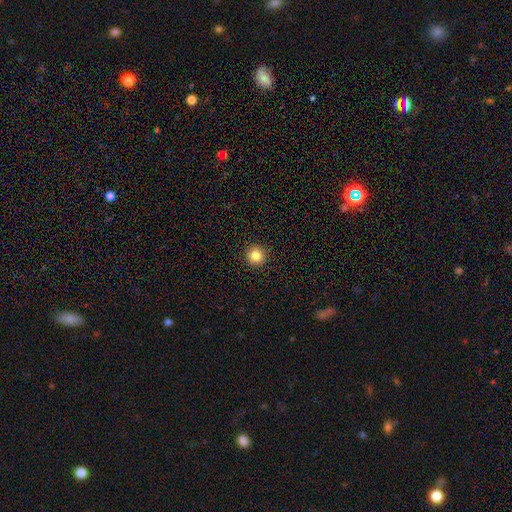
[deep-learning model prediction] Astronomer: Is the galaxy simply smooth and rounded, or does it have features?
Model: smooth — 83%.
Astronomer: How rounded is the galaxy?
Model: round — 96%.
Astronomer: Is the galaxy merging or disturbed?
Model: none — 93%.